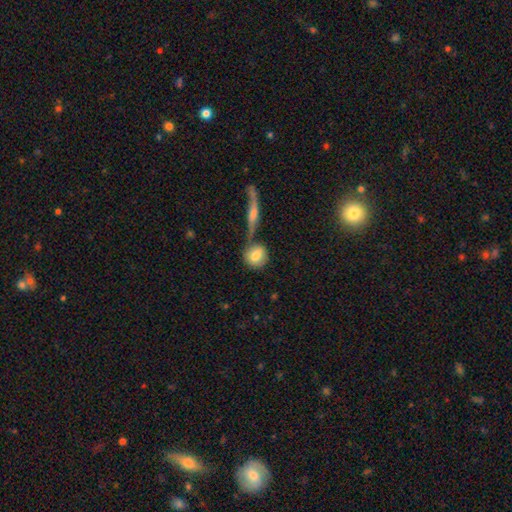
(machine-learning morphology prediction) A smooth galaxy with no disk features (79%) that is round (85%). Merging: none (61%).